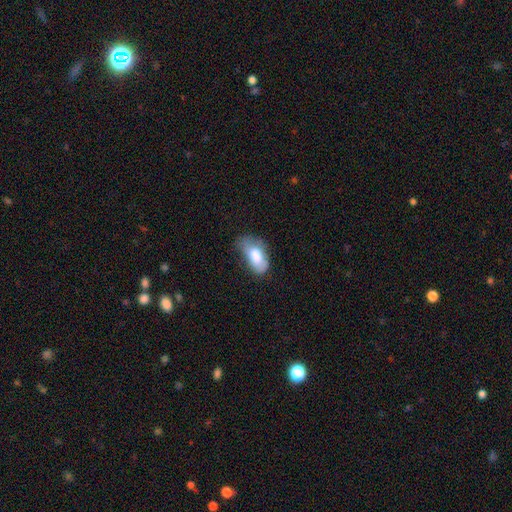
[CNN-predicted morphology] Smooth or featured: smooth — 74% (featured or disk — 19%)
How rounded: in between — 93% (round — 4%)
Merging: minor disturbance — 39% (none — 33%)